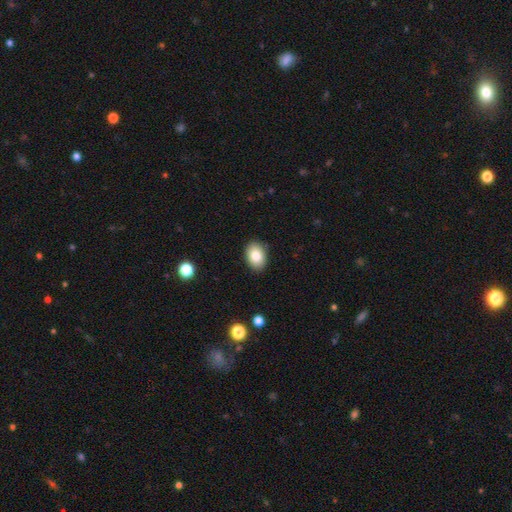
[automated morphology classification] Q: Smooth or featured?
A: smooth (84%); runner-up: featured or disk (8%)
Q: How rounded?
A: in between (79%); runner-up: round (20%)
Q: Merging?
A: none (88%); runner-up: minor disturbance (9%)